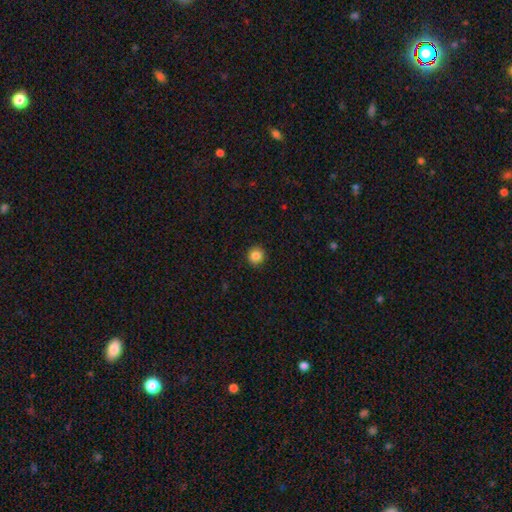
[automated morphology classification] smooth 85%, star or artifact 10%, featured or disk 4%. Down the decision tree: how rounded — round (93%); merging — none (91%).